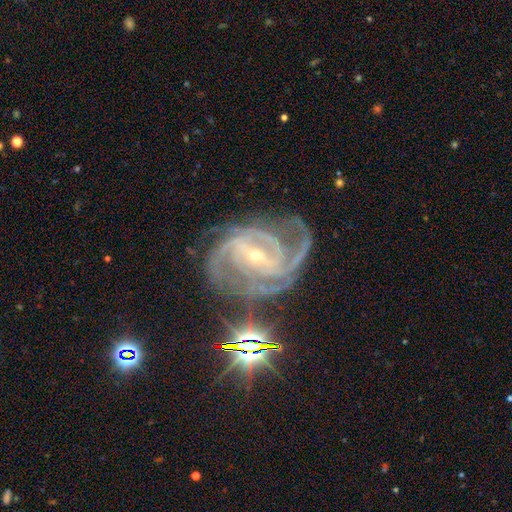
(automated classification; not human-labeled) This appears to be a featured or disk galaxy (91%) with a strong bar (48%), 3 (34%) tight (55%) spiral arms (99%) and a small central bulge (70%). Merging: none (63%).